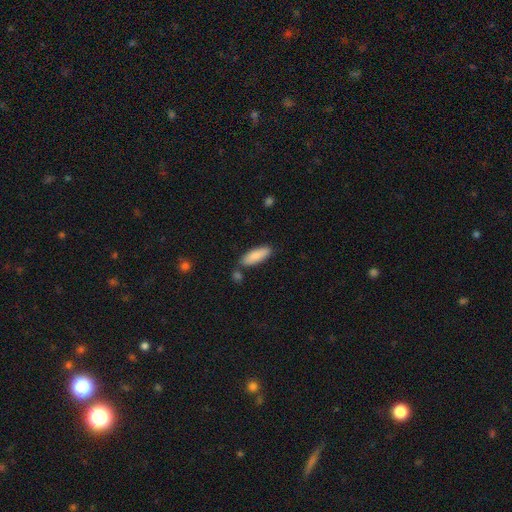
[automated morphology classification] A smooth galaxy with no disk features (86%) that is in between round and cigar-shaped (60%).

Vote fractions:
- Smooth or featured? smooth: 86% / featured or disk: 9% / star or artifact: 6%
- How rounded? in between: 60% / cigar-shaped: 38% / round: 2%
- Merging? none: 78% / minor disturbance: 13% / merger: 7% / major disturbance: 3%